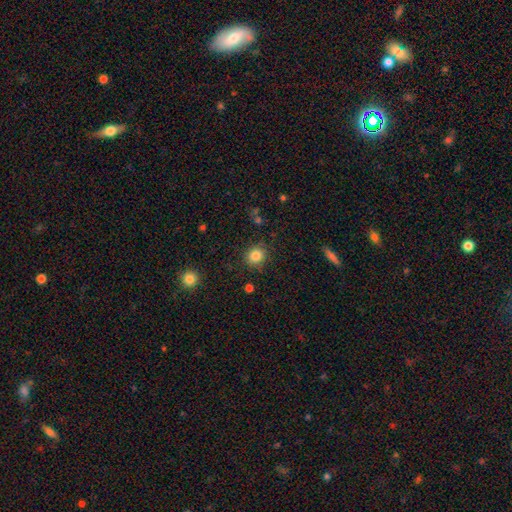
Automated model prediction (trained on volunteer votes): Smooth or featured: smooth — 84% (star or artifact — 11%)
How rounded: round — 84% (in between — 15%)
Merging: none — 86% (minor disturbance — 9%)